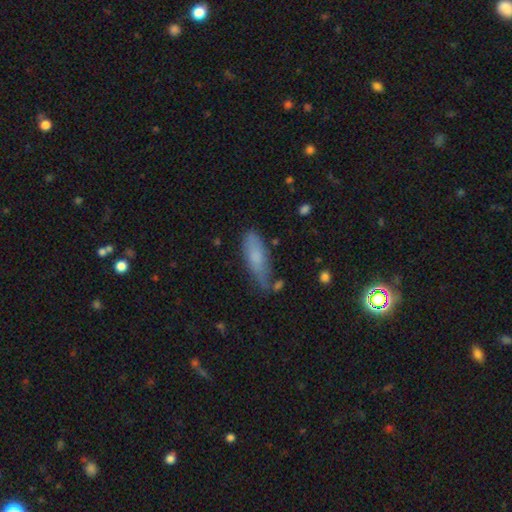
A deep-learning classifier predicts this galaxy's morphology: This appears to be a smooth galaxy with no disk features (71%) that is in between round and cigar-shaped (56%). Merging: none (57%).